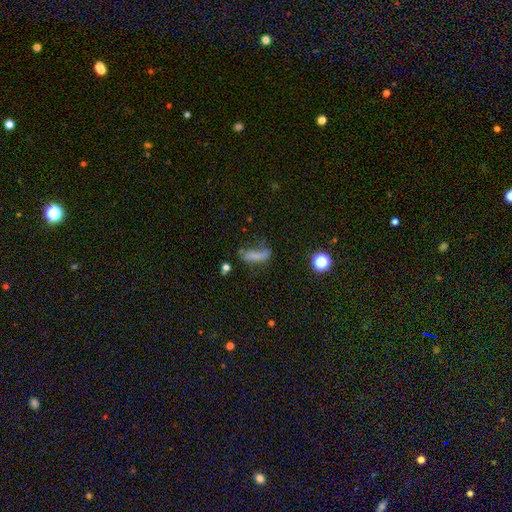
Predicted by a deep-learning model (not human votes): smooth 69%, featured or disk 18%, star or artifact 14%. Down the decision tree: how rounded — in between (51%); merging — none (38%).